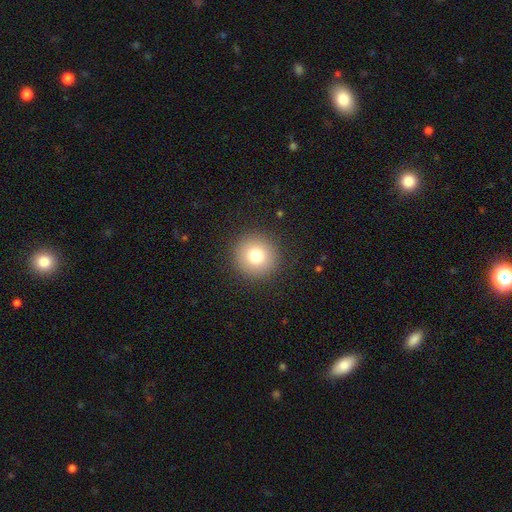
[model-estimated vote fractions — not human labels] A smooth galaxy with no disk features (78%) that is round (96%). Merging: none (92%).